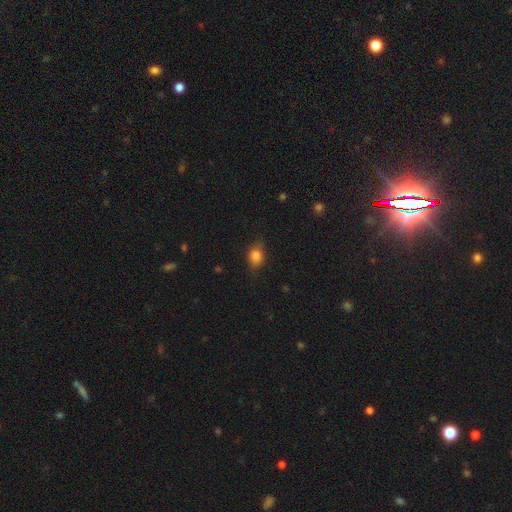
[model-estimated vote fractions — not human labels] Q: Smooth or featured?
A: smooth (83%); runner-up: star or artifact (10%)
Q: How rounded?
A: in between (60%); runner-up: round (38%)
Q: Merging?
A: none (75%); runner-up: minor disturbance (20%)